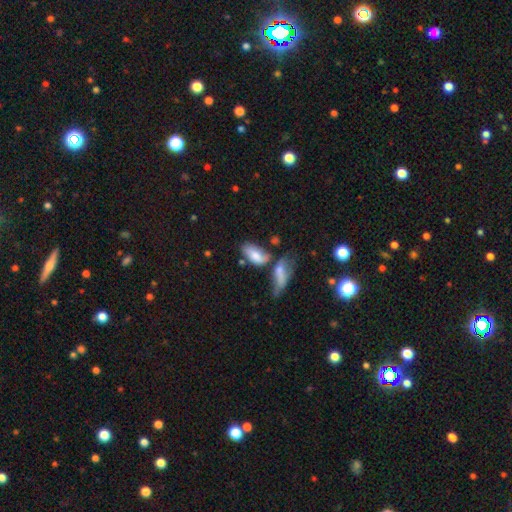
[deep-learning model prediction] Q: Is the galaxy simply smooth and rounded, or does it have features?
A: smooth — 69%.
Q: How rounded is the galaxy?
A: in between — 90%.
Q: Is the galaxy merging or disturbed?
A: merger — 38%.